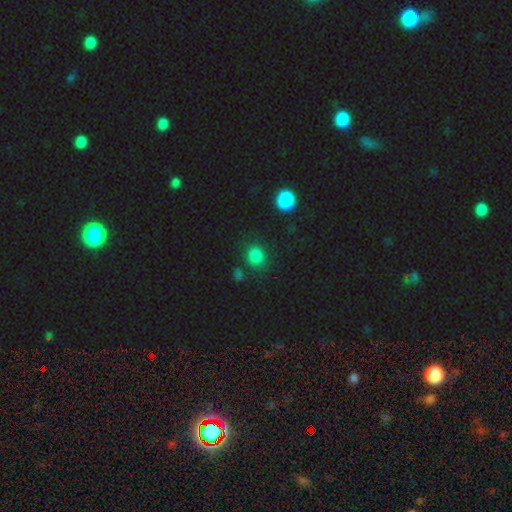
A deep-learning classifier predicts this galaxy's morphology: Smooth or featured? smooth (82%)
How rounded? round (72%)
Merging? none (82%)